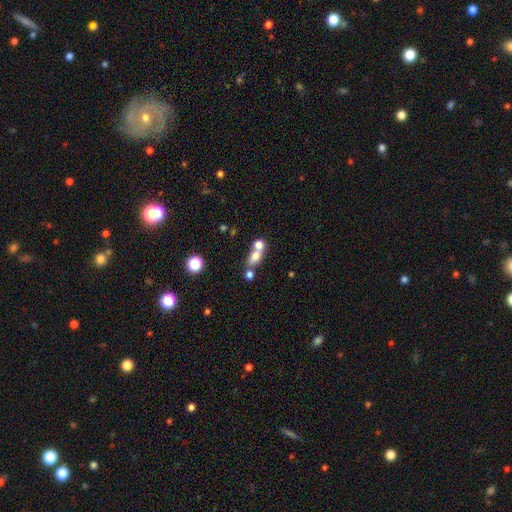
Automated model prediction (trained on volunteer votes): This is likely a smooth galaxy (72%). How rounded: likely in between (62%). Merging: possibly merger (48%).